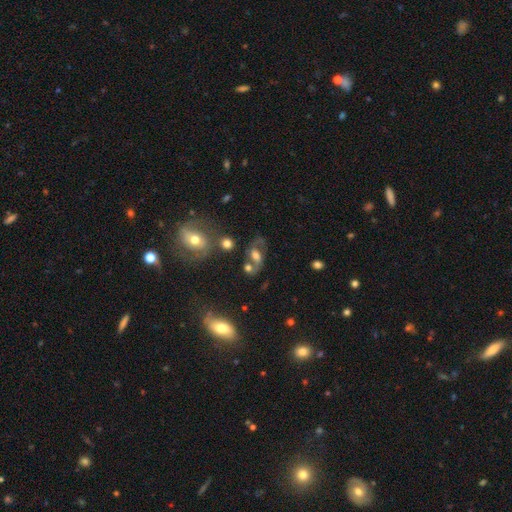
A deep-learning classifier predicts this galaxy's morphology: Smooth or featured: featured or disk — 57% (smooth — 31%)
Edge-on disk: no — 93% (yes — 7%)
Bar: no — 46% (weak — 37%)
Spiral arms: yes — 74% (no — 26%)
Bulge size: moderate — 44% (large — 33%)
Merging: none — 52% (merger — 19%)